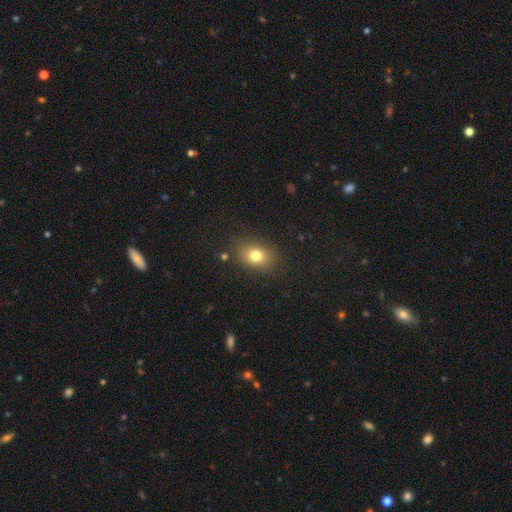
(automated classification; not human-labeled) Smooth or featured? Predicted: smooth (p=0.78). How rounded? Predicted: in between (p=0.66). Merging? Predicted: none (p=0.85).